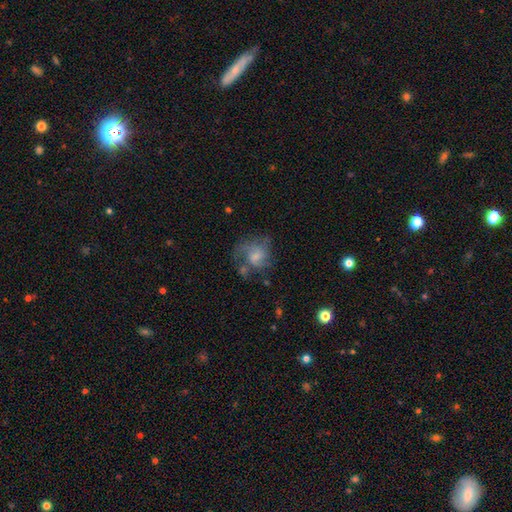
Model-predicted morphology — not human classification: A featured or disk galaxy (55%) with no bar (62%), spiral arms (76%) and a small central bulge (44%). Merging: none (41%).